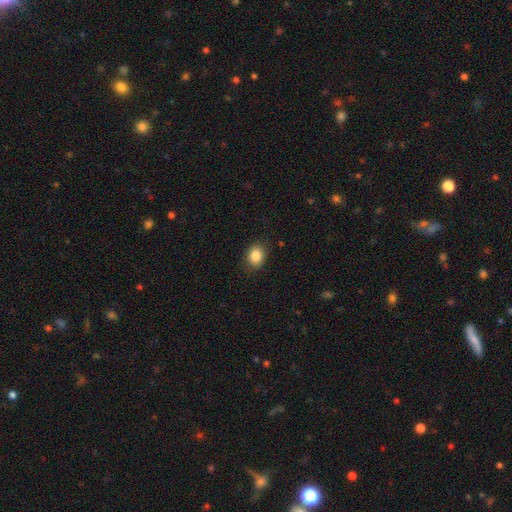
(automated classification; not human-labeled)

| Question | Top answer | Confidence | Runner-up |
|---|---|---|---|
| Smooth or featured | smooth | 86% | star or artifact (9%) |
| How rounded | round | 52% | in between (48%) |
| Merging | none | 85% | minor disturbance (11%) |